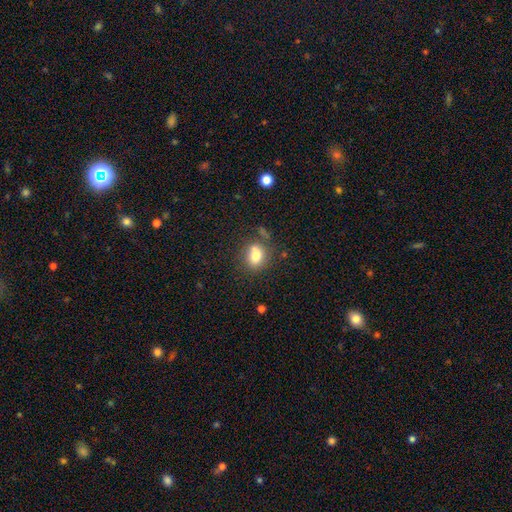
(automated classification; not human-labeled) The model was most divided on "how rounded": in between: 56%, round: 42%, cigar-shaped: 2%. More confident: smooth or featured — smooth (78%); merging — none (67%).